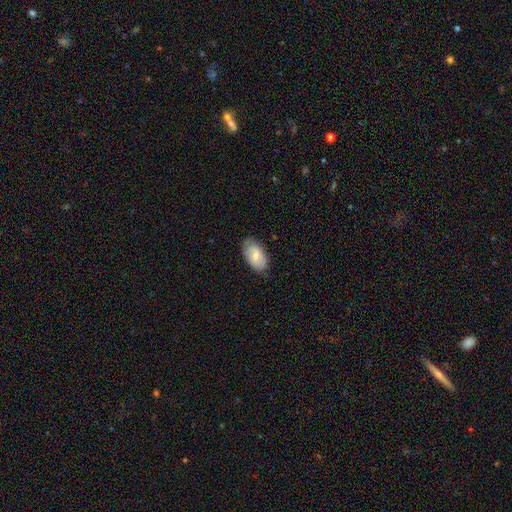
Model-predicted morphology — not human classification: Smooth or featured?
  - smooth: 71% *
  - featured or disk: 23%
  - star or artifact: 6%
How rounded?
  - in between: 94% *
  - round: 4%
  - cigar-shaped: 2%
Merging?
  - none: 77% *
  - minor disturbance: 19%
  - major disturbance: 3%
  - merger: 1%